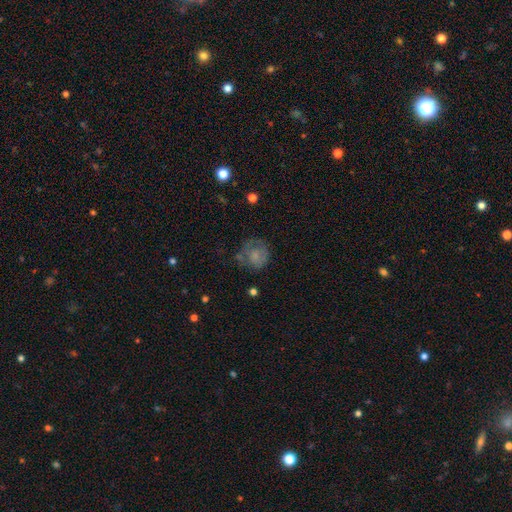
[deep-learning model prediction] This is likely a smooth galaxy (62%). How rounded: likely round (78%). Merging: possibly none (47%).